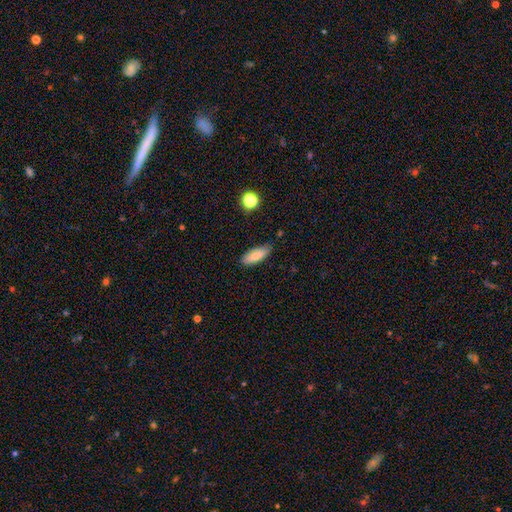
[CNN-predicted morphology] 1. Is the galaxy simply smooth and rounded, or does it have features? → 77% smooth, 16% featured or disk, 7% star or artifact.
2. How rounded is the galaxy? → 70% in between, 27% cigar-shaped, 3% round.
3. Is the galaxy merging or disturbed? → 77% none, 18% minor disturbance, 3% major disturbance, 2% merger.